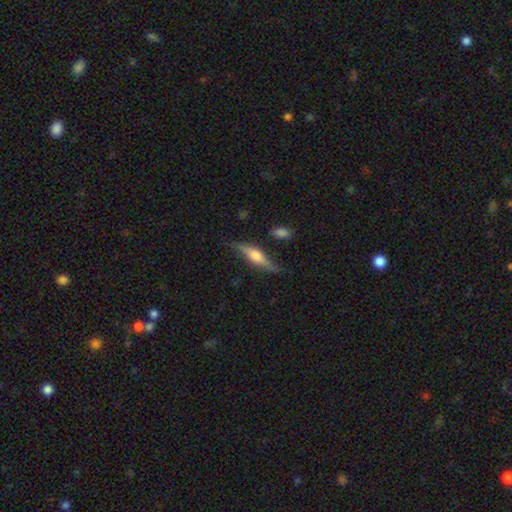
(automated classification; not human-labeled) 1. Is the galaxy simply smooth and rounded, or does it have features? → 63% featured or disk, 30% smooth, 6% star or artifact.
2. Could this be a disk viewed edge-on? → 90% yes, 10% no.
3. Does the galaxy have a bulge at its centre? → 86% rounded, 10% boxy, 4% none.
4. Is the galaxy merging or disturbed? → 70% none, 20% minor disturbance, 6% major disturbance, 3% merger.